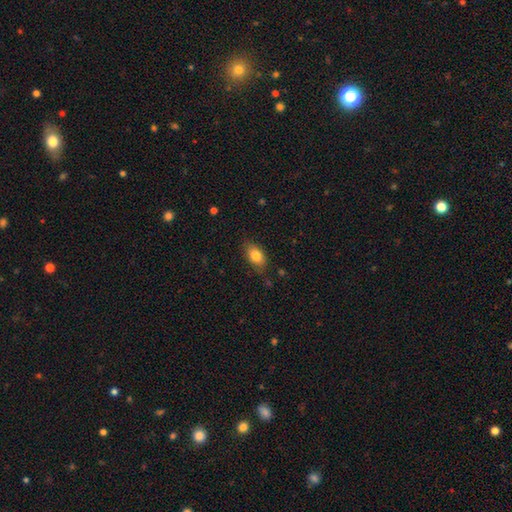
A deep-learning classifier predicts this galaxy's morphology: A smooth galaxy with no disk features (81%) that is in between round and cigar-shaped (86%). Merging: none (77%).